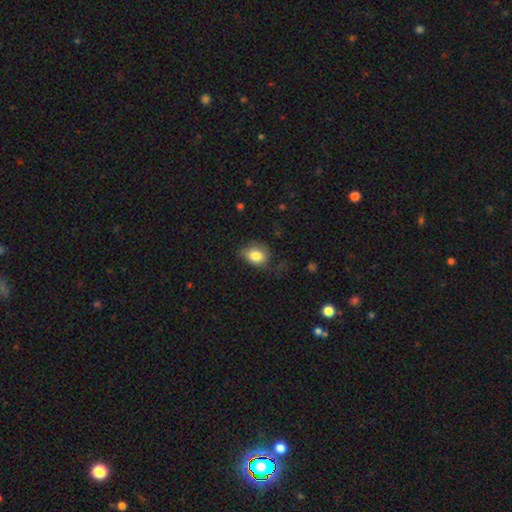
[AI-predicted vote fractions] Smooth or featured? Predicted: smooth (p=0.82). How rounded? Predicted: in between (p=0.65). Merging? Predicted: none (p=0.58).